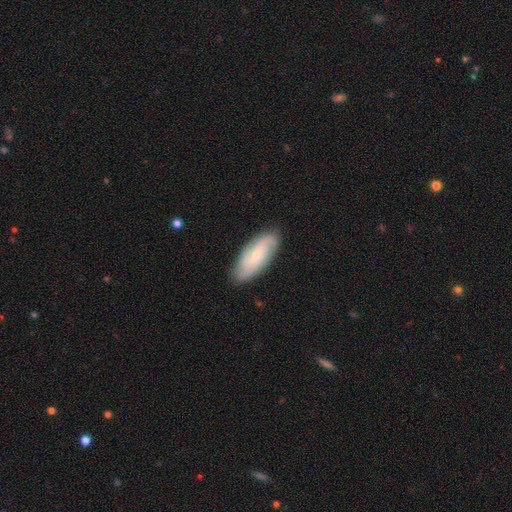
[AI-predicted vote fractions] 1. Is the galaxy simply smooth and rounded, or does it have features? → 60% featured or disk, 34% smooth, 6% star or artifact.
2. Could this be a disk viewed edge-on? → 89% no, 11% yes.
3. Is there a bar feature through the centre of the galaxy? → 66% no, 28% weak, 6% strong.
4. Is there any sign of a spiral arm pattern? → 88% yes, 12% no.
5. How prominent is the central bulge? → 76% small, 20% moderate, 2% none, 1% large, 1% dominant.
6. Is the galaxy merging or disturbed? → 84% none, 13% minor disturbance, 3% major disturbance, 1% merger.